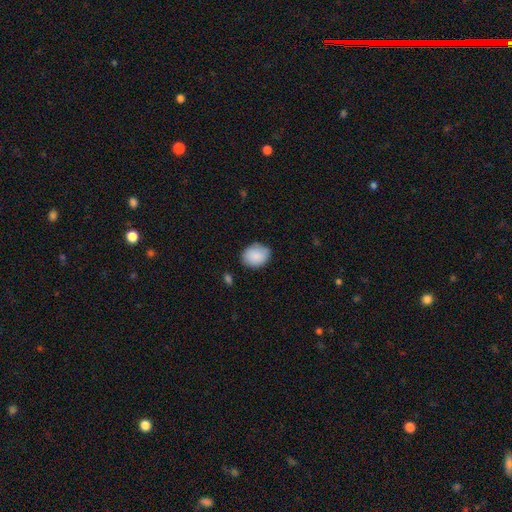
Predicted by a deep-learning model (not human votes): Smooth or featured? Predicted: smooth (p=0.88). How rounded? Predicted: in between (p=0.59). Merging? Predicted: none (p=0.80).